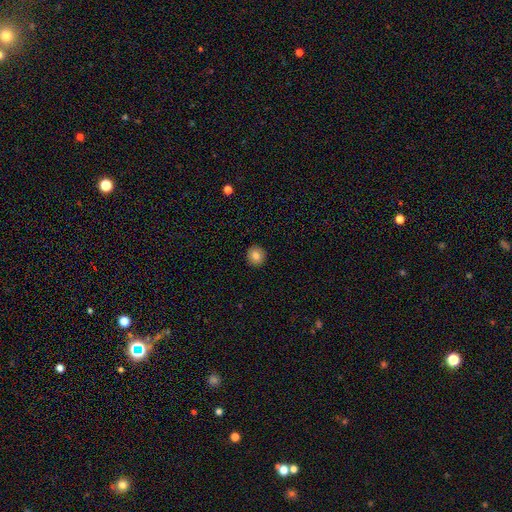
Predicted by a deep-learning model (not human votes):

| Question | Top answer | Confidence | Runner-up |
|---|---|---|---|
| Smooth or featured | smooth | 81% | featured or disk (10%) |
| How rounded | round | 93% | in between (6%) |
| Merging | none | 92% | minor disturbance (5%) |